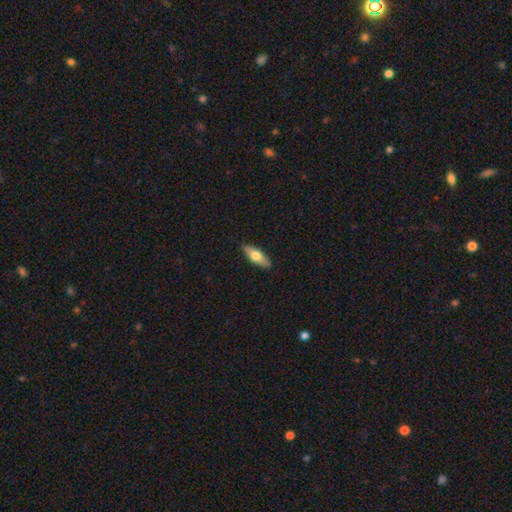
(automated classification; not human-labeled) Morphology: type=smooth (63%); roundness=in between (64%); merging=none (89%).